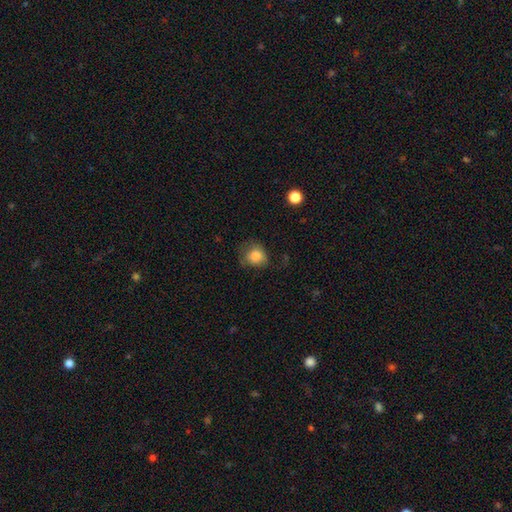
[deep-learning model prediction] Smooth or featured? smooth (83%)
How rounded? round (70%)
Merging? none (59%)